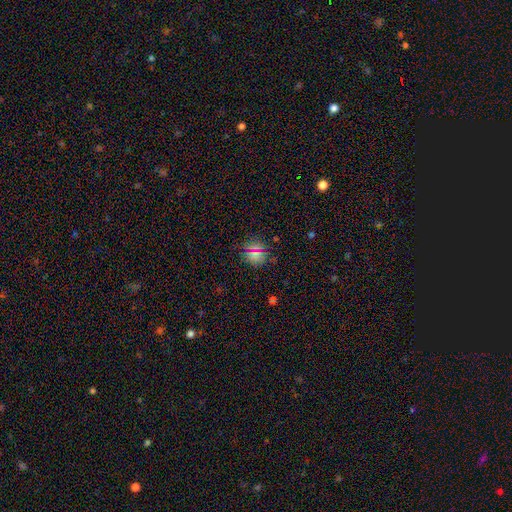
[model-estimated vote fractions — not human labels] Smooth or featured: smooth — 64% (star or artifact — 28%)
How rounded: round — 82% (in between — 16%)
Merging: none — 84% (minor disturbance — 10%)